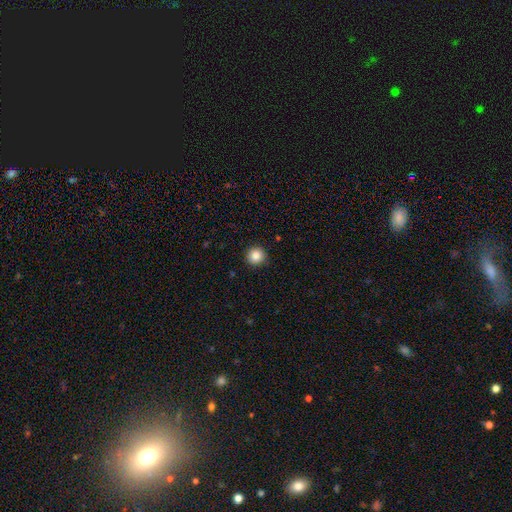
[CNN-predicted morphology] This is clearly a smooth galaxy (85%). How rounded: clearly round (94%). Merging: clearly none (91%).